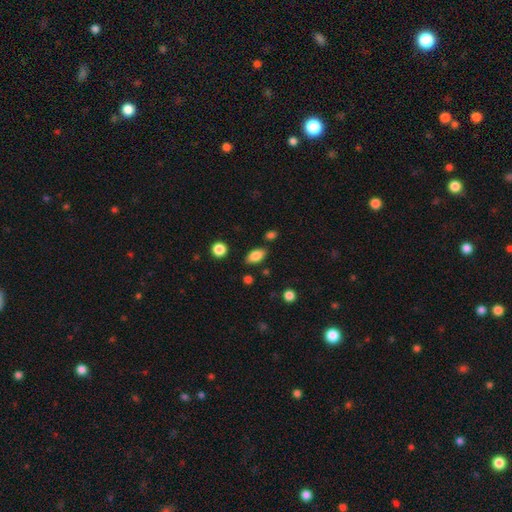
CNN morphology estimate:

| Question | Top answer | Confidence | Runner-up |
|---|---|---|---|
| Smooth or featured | smooth | 82% | featured or disk (9%) |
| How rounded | in between | 89% | round (6%) |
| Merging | none | 81% | minor disturbance (12%) |